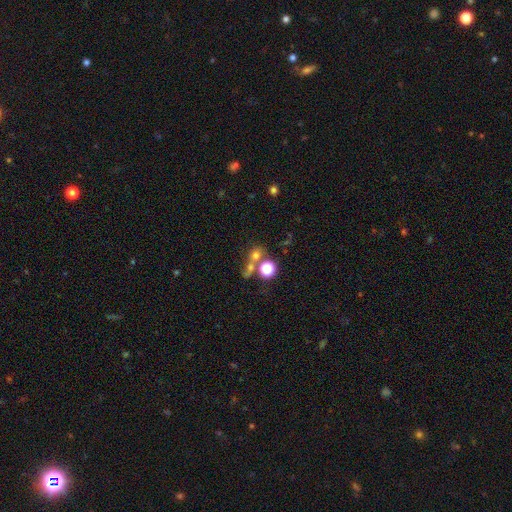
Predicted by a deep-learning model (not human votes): Q: Smooth or featured?
A: smooth (61%); runner-up: star or artifact (26%)
Q: How rounded?
A: round (80%); runner-up: in between (19%)
Q: Merging?
A: none (49%); runner-up: merger (35%)